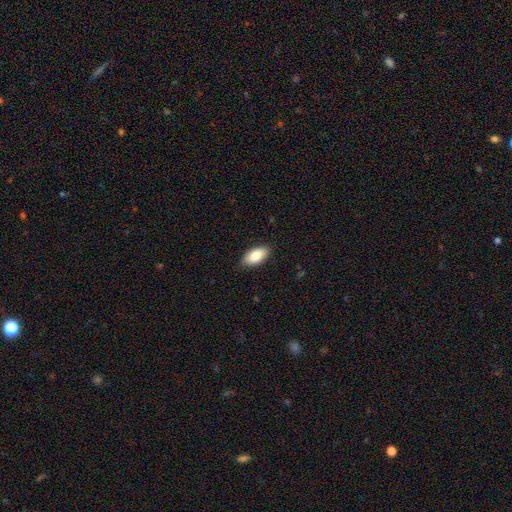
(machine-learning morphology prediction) A smooth galaxy with no disk features (85%) that is in between round and cigar-shaped (93%).

Vote fractions:
- Smooth or featured? smooth: 85% / featured or disk: 9% / star or artifact: 6%
- How rounded? in between: 93% / cigar-shaped: 4% / round: 3%
- Merging? none: 85% / minor disturbance: 12% / major disturbance: 2% / merger: 1%